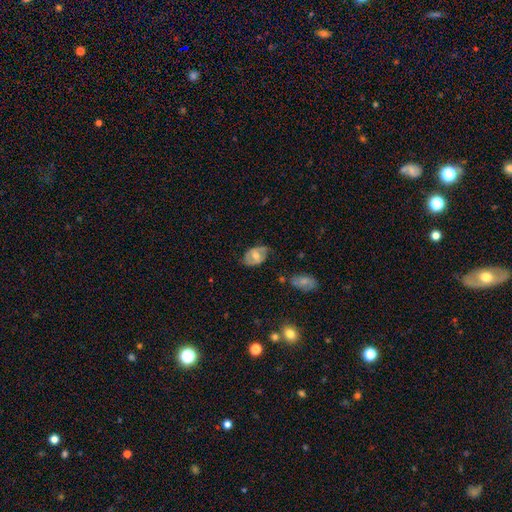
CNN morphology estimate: This appears to be a smooth galaxy with no disk features (47%). Merging: none (65%).